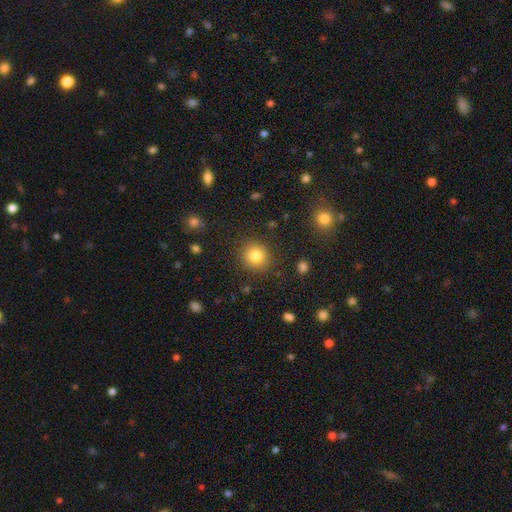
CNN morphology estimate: This appears to be a smooth galaxy with no disk features (82%) that is round (89%). Merging: none (88%).